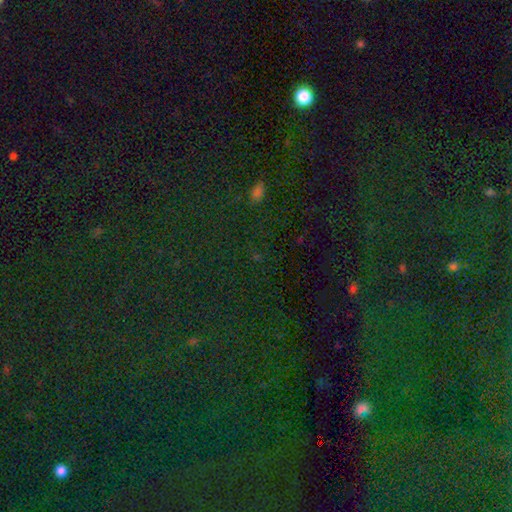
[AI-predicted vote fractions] Overall: star or artifact (81%).